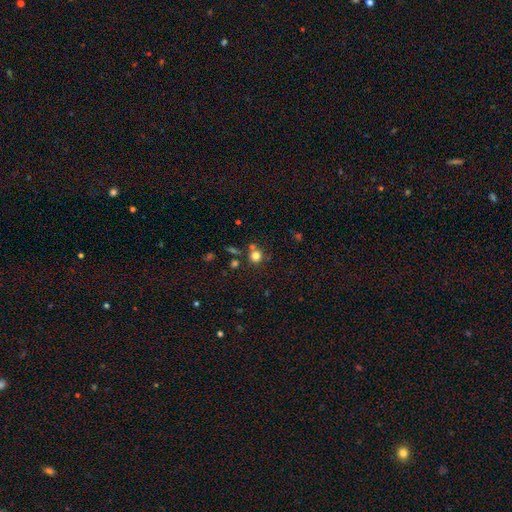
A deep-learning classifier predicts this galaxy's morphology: The model was most divided on "merging": none: 71%, merger: 15%, minor disturbance: 10%, major disturbance: 4%. More confident: how rounded — round (89%); smooth or featured — smooth (77%).